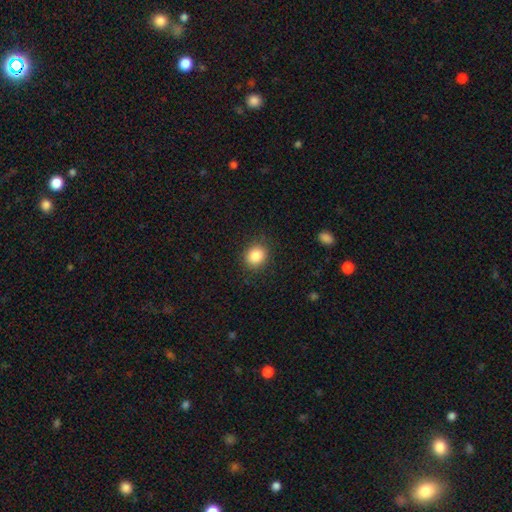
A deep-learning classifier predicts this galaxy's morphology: This is clearly a smooth galaxy (86%). How rounded: likely round (74%). Merging: clearly none (88%).